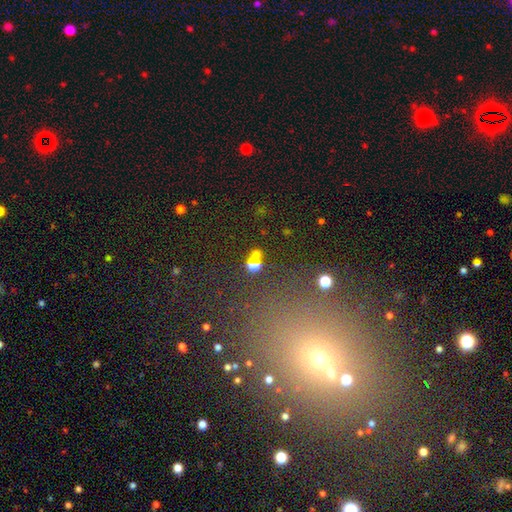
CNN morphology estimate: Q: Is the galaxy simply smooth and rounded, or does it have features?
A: smooth — 60%.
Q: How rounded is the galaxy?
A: round — 74%.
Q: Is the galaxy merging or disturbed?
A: none — 56%.